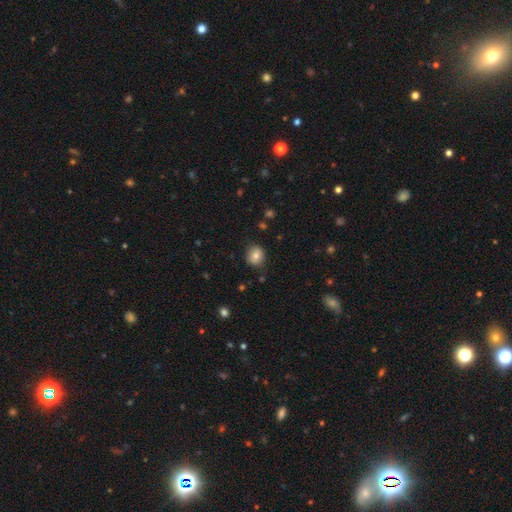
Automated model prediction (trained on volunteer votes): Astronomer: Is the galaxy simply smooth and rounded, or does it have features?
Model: smooth — 77%.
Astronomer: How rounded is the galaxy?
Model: round — 74%.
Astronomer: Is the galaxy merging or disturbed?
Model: none — 82%.